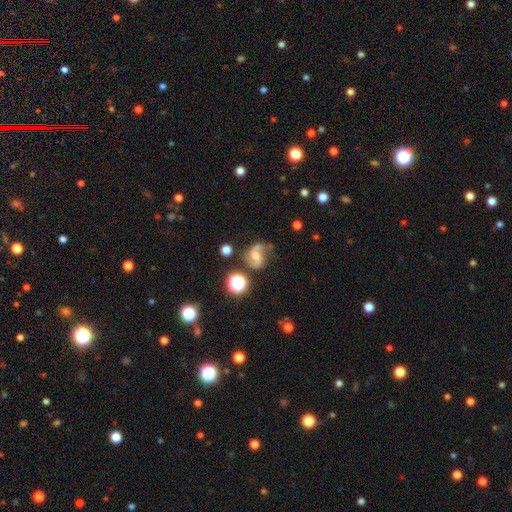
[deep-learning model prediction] This is likely a featured or disk galaxy (67%). It is clearly not viewed edge-on (97%). Bar: marginally weak (45%). Spiral arm pattern: clearly yes (91%). Spiral arm count: clearly 2 (82%). Spiral winding: possibly loose (51%). Central bulge: marginally moderate (41%). Merging: possibly none (53%).